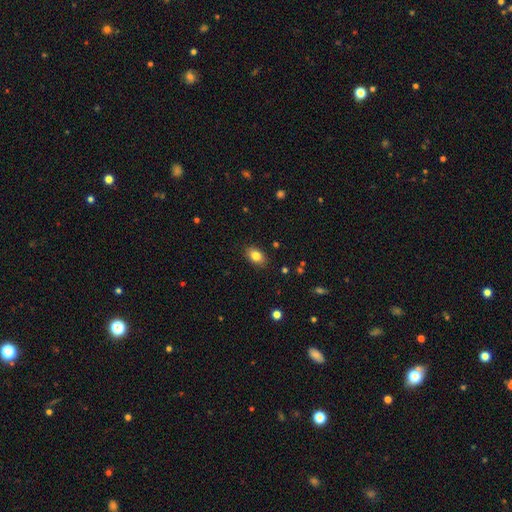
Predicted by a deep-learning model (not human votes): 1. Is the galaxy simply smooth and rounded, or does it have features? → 82% smooth, 9% star or artifact, 9% featured or disk.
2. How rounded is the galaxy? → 84% in between, 14% round, 1% cigar-shaped.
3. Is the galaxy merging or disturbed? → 87% none, 10% minor disturbance, 2% major disturbance, 1% merger.